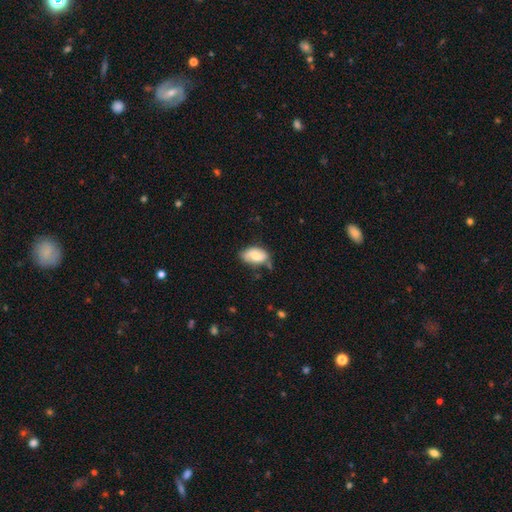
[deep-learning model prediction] The model was most divided on "merging": none: 58%, minor disturbance: 31%, major disturbance: 7%, merger: 4%. More confident: how rounded — in between (91%); smooth or featured — smooth (62%).